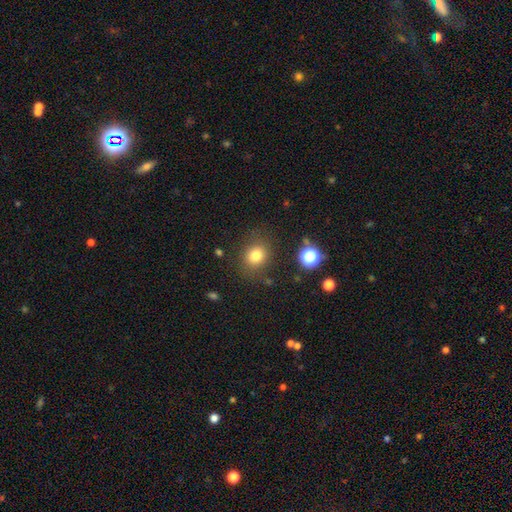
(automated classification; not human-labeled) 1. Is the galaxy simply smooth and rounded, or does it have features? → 79% smooth, 13% star or artifact, 7% featured or disk.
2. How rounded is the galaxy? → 66% round, 33% in between, 1% cigar-shaped.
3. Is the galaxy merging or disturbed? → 80% none, 12% minor disturbance, 5% major disturbance, 2% merger.